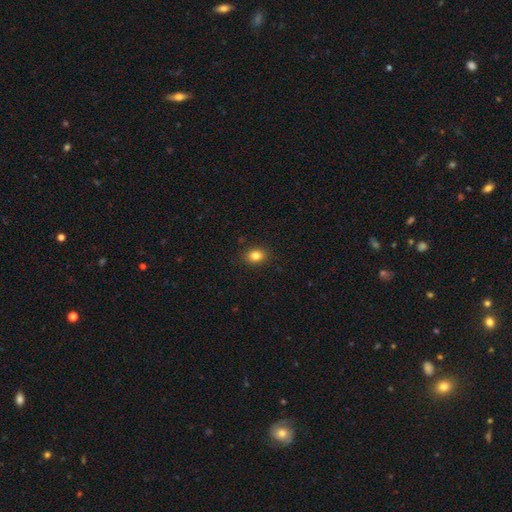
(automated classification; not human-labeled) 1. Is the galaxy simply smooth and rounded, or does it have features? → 83% smooth, 10% star or artifact, 6% featured or disk.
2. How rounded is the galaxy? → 66% in between, 32% round, 1% cigar-shaped.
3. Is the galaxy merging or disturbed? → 88% none, 9% minor disturbance, 2% major disturbance, 1% merger.